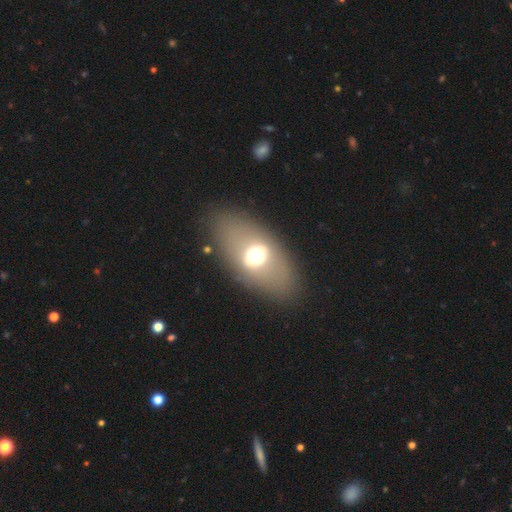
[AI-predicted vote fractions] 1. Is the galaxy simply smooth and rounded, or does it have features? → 52% smooth, 35% featured or disk, 13% star or artifact.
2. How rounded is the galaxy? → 82% in between, 14% round, 4% cigar-shaped.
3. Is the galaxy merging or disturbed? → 82% none, 10% minor disturbance, 6% major disturbance, 2% merger.